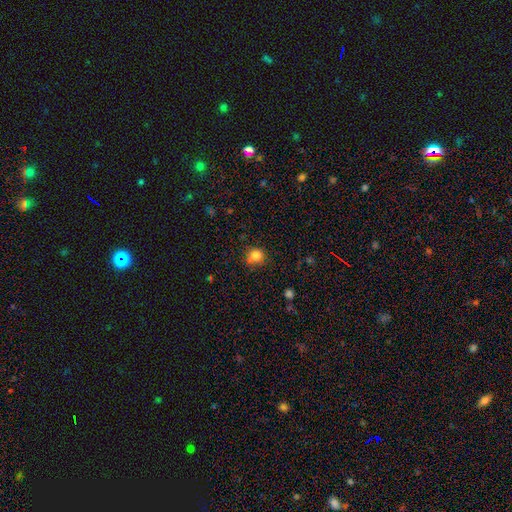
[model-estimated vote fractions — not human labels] This appears to be a smooth galaxy with no disk features (83%) that is round (88%). Merging: none (78%).